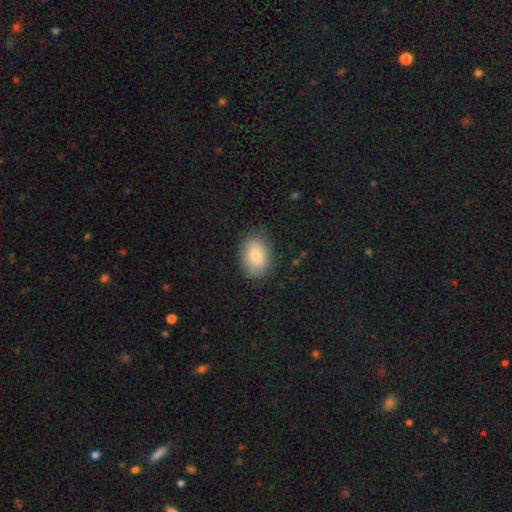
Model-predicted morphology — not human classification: Q: Smooth or featured?
A: smooth (78%); runner-up: featured or disk (14%)
Q: How rounded?
A: in between (74%); runner-up: round (25%)
Q: Merging?
A: none (80%); runner-up: minor disturbance (15%)